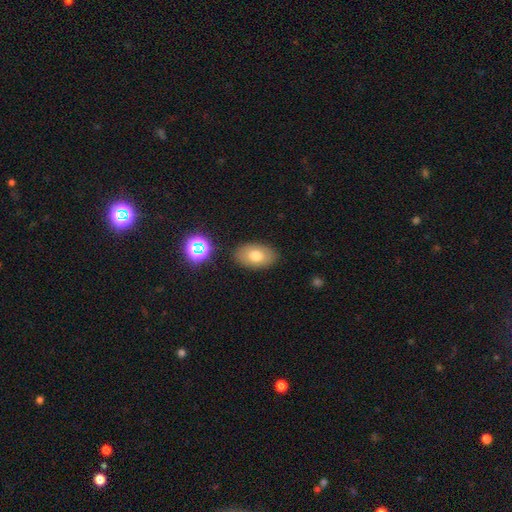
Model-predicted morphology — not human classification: Smooth or featured? smooth (74%)
How rounded? in between (89%)
Merging? none (85%)